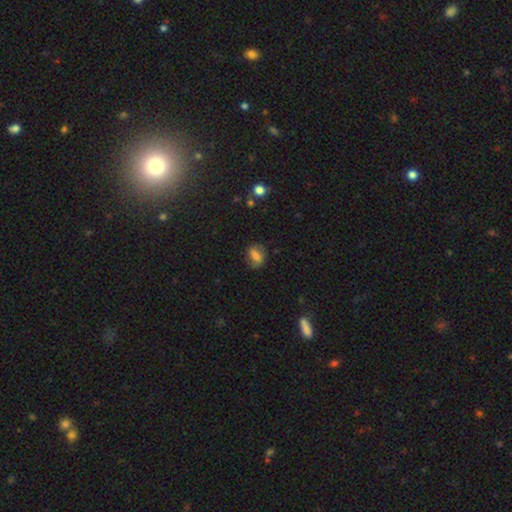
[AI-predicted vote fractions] smooth_or_featured: smooth (p=0.71) [alt: featured or disk p=0.18]
how_rounded: in between (p=0.71) [alt: round p=0.26]
merging: none (p=0.73) [alt: minor disturbance p=0.18]